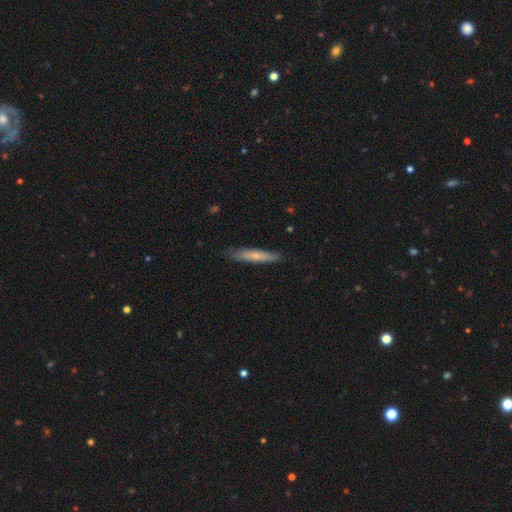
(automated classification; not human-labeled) A smooth galaxy with no disk features (66%) that is cigar-shaped (91%).

Vote fractions:
- Smooth or featured? smooth: 66% / featured or disk: 29% / star or artifact: 5%
- How rounded? cigar-shaped: 91% / in between: 7% / round: 1%
- Merging? none: 87% / minor disturbance: 11% / major disturbance: 2% / merger: 1%